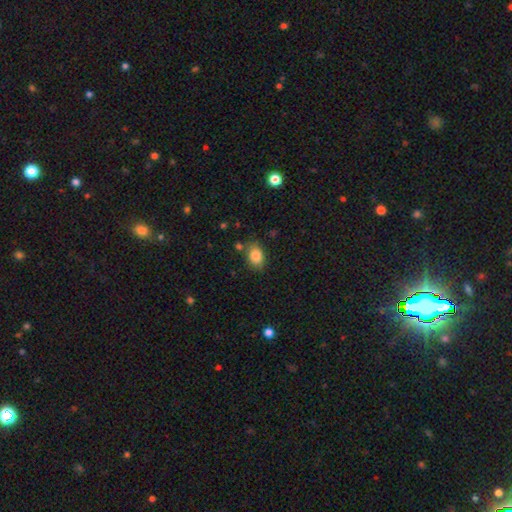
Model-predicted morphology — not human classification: Smooth or featured? Predicted: smooth (p=0.85). How rounded? Predicted: in between (p=0.79). Merging? Predicted: none (p=0.77).